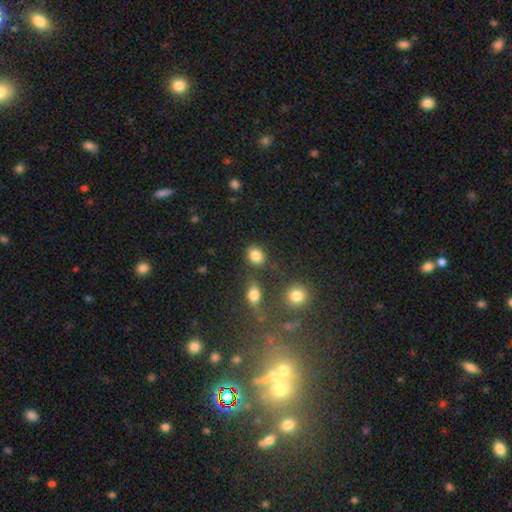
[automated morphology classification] type=smooth (84%); roundness=in between (53%); merging=none (79%).